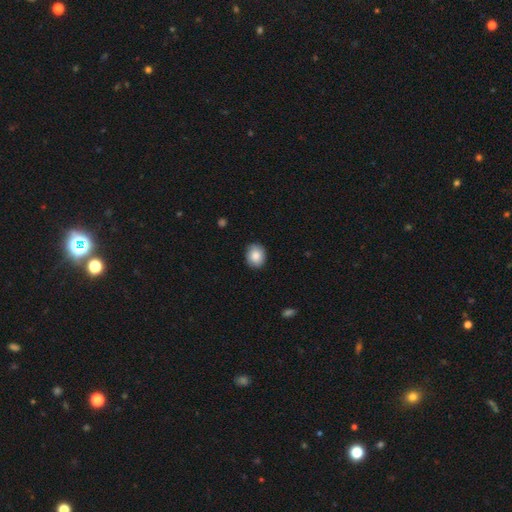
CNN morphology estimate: type=smooth (85%); roundness=round (62%); merging=none (85%).